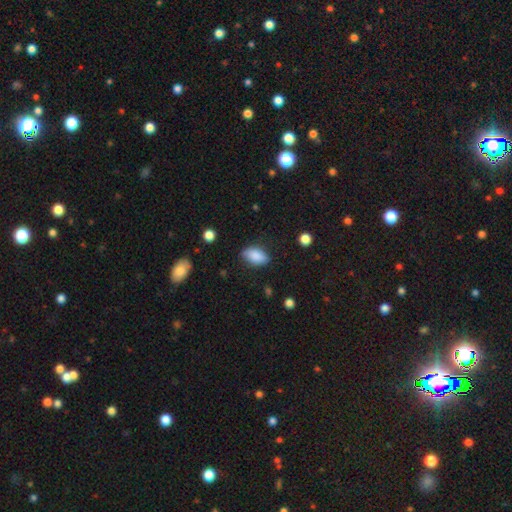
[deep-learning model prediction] The model was most divided on "merging": none: 78%, minor disturbance: 17%, major disturbance: 4%, merger: 1%. More confident: how rounded — in between (90%); smooth or featured — smooth (85%).